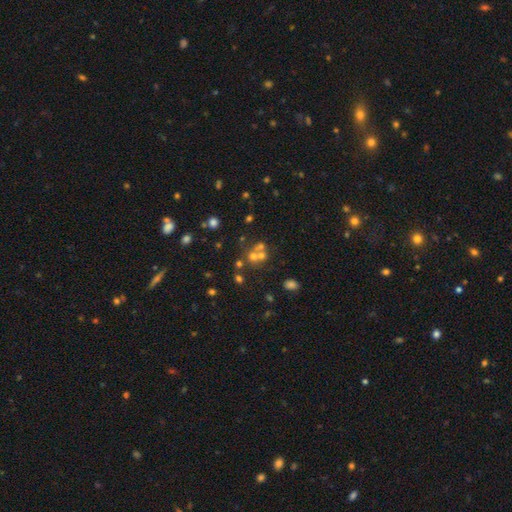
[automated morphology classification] Smooth or featured: smooth — 49% (featured or disk — 28%)
Merging: merger — 48% (none — 39%)